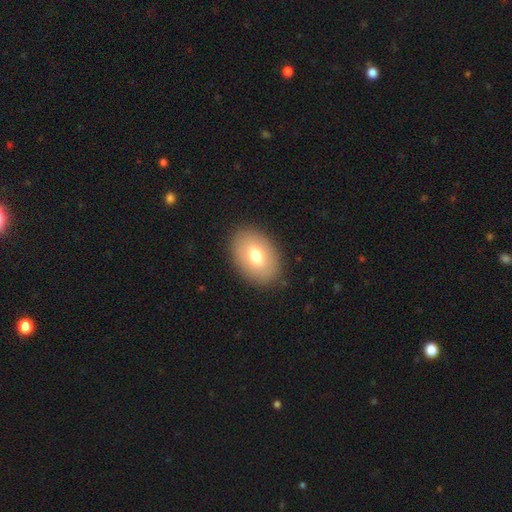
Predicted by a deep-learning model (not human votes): smooth-or-featured: smooth: 72% | featured or disk: 19% | star or artifact: 8%
  how-rounded: in between: 81% | round: 18% | cigar-shaped: 1%
  merging: none: 87% | minor disturbance: 9% | major disturbance: 3% | merger: 1%